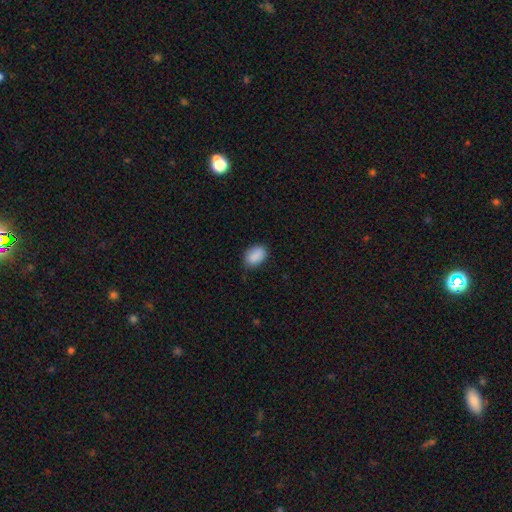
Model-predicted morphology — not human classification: type=smooth (89%); roundness=in between (82%); merging=none (76%).